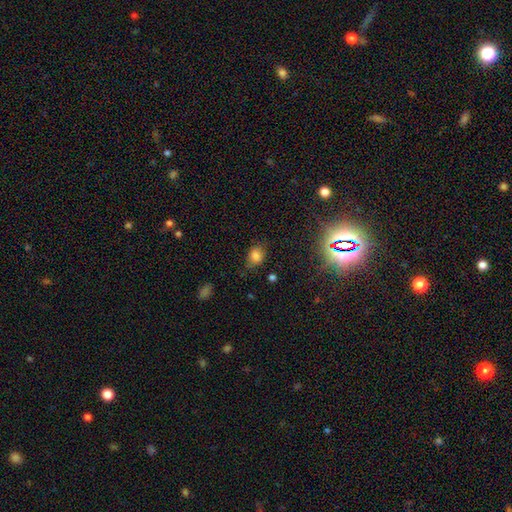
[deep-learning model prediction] This is likely a smooth galaxy (76%). How rounded: likely in between (64%). Merging: likely none (68%).